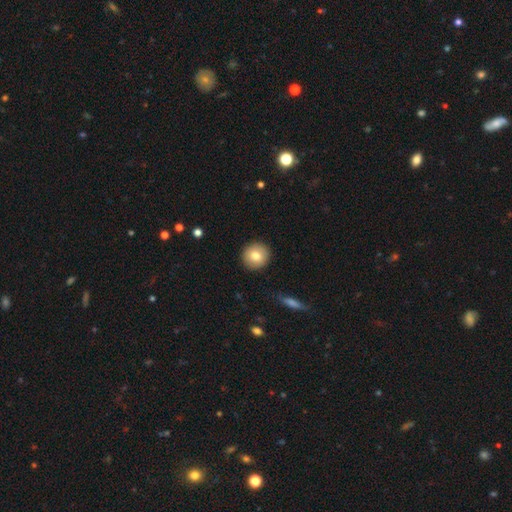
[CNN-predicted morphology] Smooth or featured: smooth — 80% (featured or disk — 12%)
How rounded: round — 93% (in between — 6%)
Merging: none — 91% (minor disturbance — 6%)